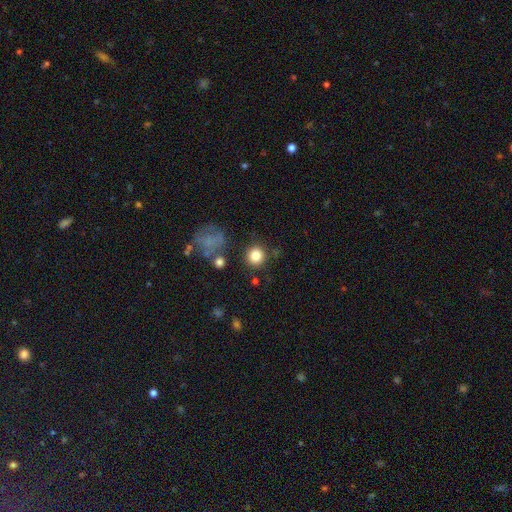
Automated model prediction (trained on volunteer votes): Overall: smooth (82%). How rounded: round (91%). Merging: none (84%).